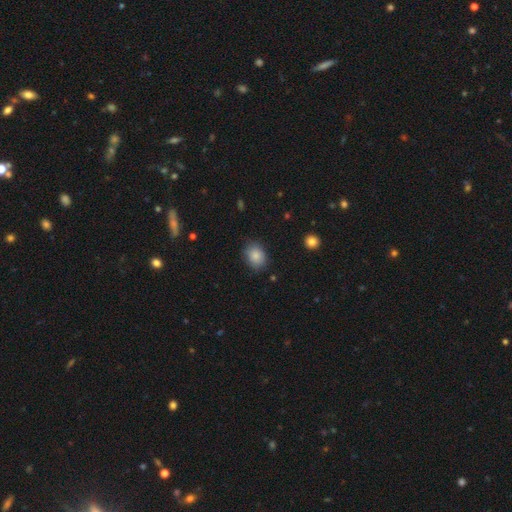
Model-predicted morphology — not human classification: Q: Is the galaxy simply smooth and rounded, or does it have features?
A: smooth — 85%.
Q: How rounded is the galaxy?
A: in between — 54%.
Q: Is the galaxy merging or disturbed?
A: none — 79%.